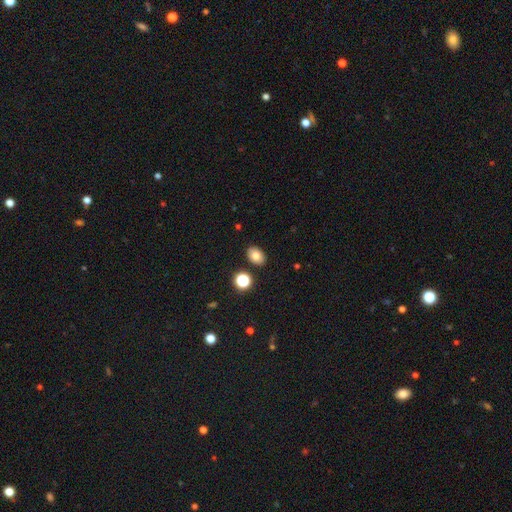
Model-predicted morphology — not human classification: smooth 78%, star or artifact 12%, featured or disk 10%. Down the decision tree: how rounded — in between (77%); merging — none (87%).